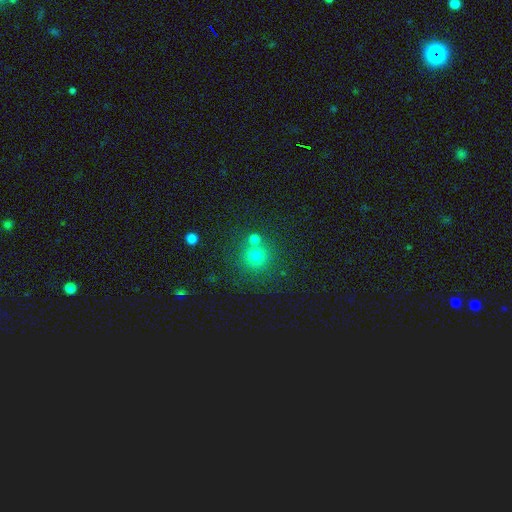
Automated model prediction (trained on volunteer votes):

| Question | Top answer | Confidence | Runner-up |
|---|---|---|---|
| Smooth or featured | smooth | 76% | star or artifact (16%) |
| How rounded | round | 93% | in between (6%) |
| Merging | none | 68% | merger (22%) |